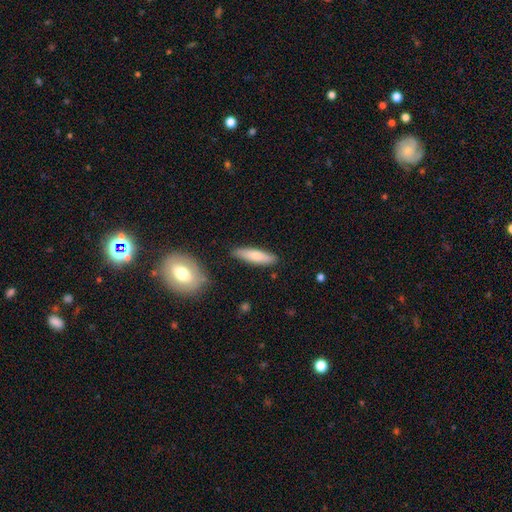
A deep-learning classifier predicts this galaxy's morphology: Smooth or featured?
  - smooth: 73% *
  - featured or disk: 22%
  - star or artifact: 6%
How rounded?
  - cigar-shaped: 71% *
  - in between: 27%
  - round: 2%
Merging?
  - none: 85% *
  - minor disturbance: 10%
  - merger: 3%
  - major disturbance: 2%